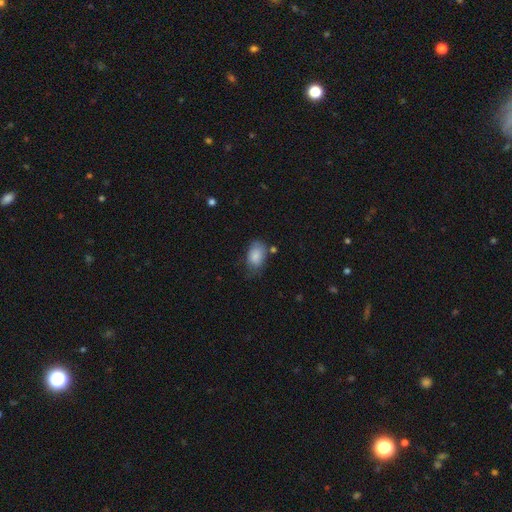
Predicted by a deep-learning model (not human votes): smooth-or-featured: smooth: 82% | featured or disk: 10% | star or artifact: 7%
  how-rounded: in between: 87% | round: 12% | cigar-shaped: 1%
  merging: none: 55% | minor disturbance: 31% | major disturbance: 10% | merger: 5%